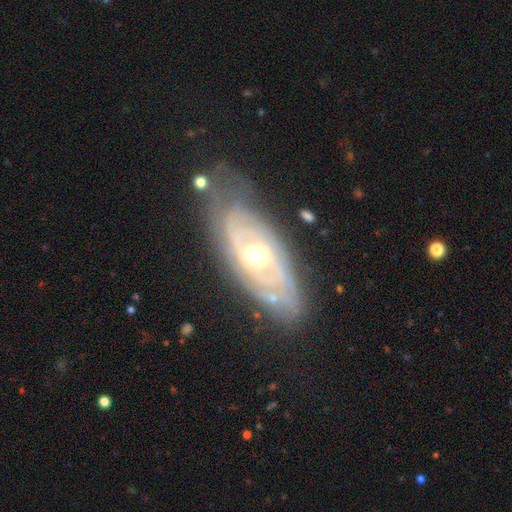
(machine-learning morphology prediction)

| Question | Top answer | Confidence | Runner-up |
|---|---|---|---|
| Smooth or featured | featured or disk | 85% | smooth (10%) |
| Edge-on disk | no | 88% | yes (12%) |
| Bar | no | 65% | weak (27%) |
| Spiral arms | yes | 91% | no (9%) |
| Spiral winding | tight | 71% | medium (24%) |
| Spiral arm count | can't tell | 41% | 2 (30%) |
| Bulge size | moderate | 66% | small (28%) |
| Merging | none | 75% | minor disturbance (18%) |